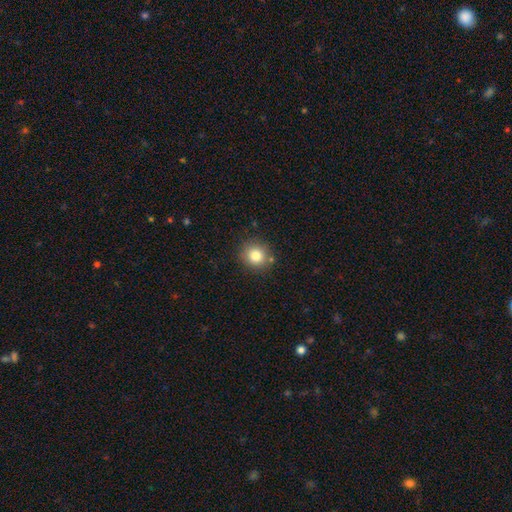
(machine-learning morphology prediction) A smooth galaxy with no disk features (82%) that is round (88%).

Vote fractions:
- Smooth or featured? smooth: 82% / star or artifact: 11% / featured or disk: 7%
- How rounded? round: 88% / in between: 11% / cigar-shaped: 1%
- Merging? none: 85% / minor disturbance: 9% / merger: 3% / major disturbance: 3%